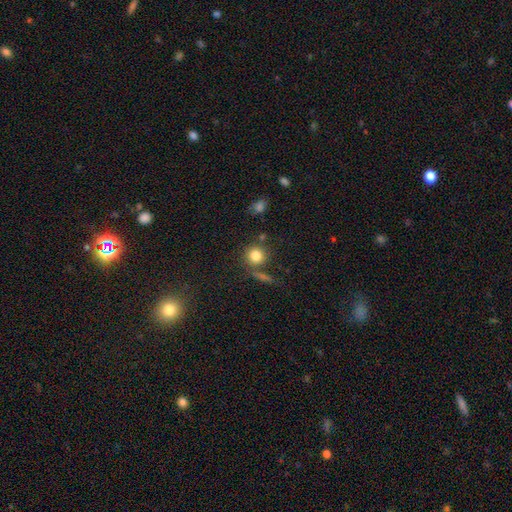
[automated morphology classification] smooth_or_featured: smooth (p=0.81) [alt: star or artifact p=0.11]
how_rounded: round (p=0.89) [alt: in between p=0.10]
merging: none (p=0.70) [alt: merger p=0.14]